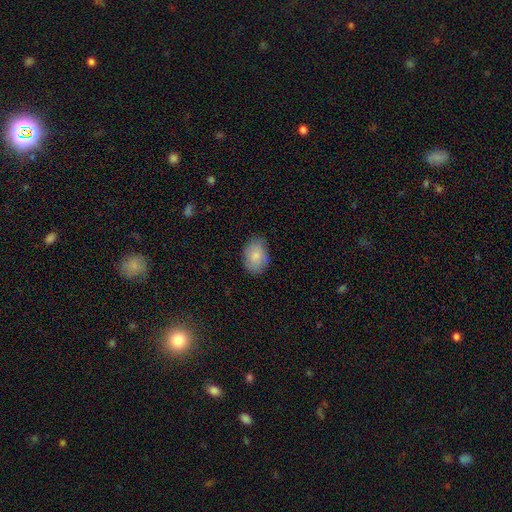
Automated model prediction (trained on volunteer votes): smooth_or_featured: smooth (p=0.82) [alt: featured or disk p=0.12]
how_rounded: in between (p=0.79) [alt: round p=0.20]
merging: none (p=0.79) [alt: minor disturbance p=0.16]